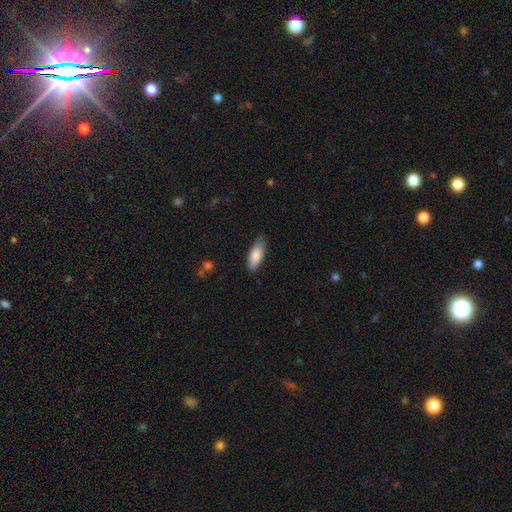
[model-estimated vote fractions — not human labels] Smooth or featured: smooth — 84% (featured or disk — 11%)
How rounded: in between — 69% (cigar-shaped — 29%)
Merging: none — 79% (minor disturbance — 17%)